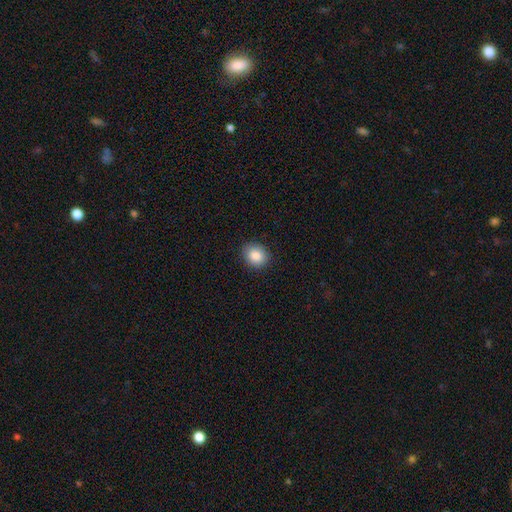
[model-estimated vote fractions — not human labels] Smooth or featured? smooth (87%)
How rounded? round (64%)
Merging? none (89%)